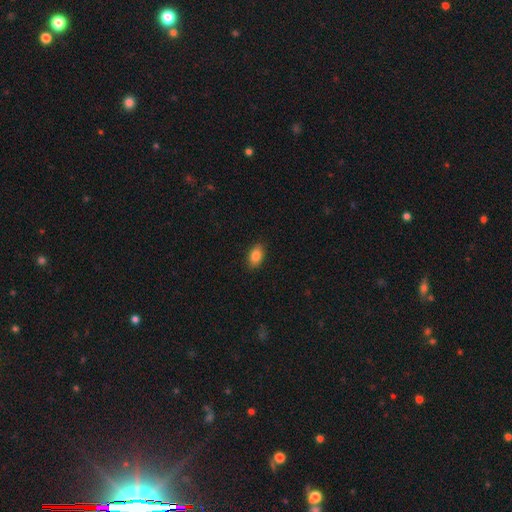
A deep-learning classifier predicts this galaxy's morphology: Q: Smooth or featured?
A: smooth (85%); runner-up: star or artifact (8%)
Q: How rounded?
A: in between (89%); runner-up: round (9%)
Q: Merging?
A: none (88%); runner-up: minor disturbance (9%)